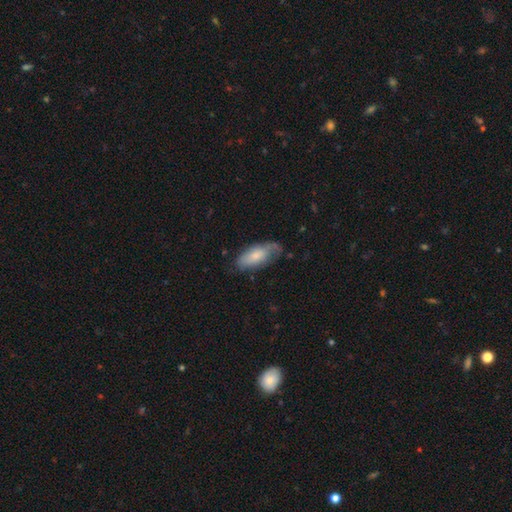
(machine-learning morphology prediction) Overall: smooth (73%). How rounded: in between (85%). Merging: none (57%; minor disturbance 31%).